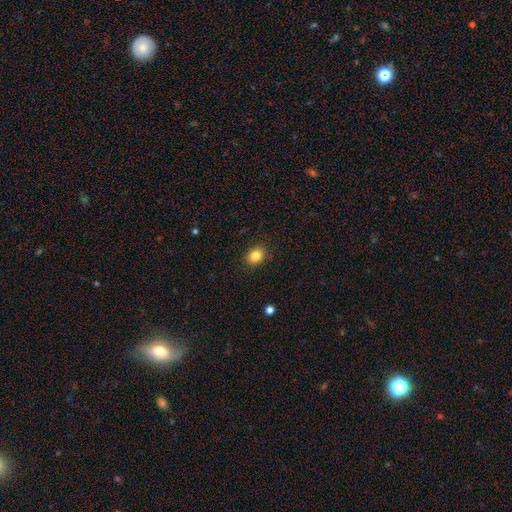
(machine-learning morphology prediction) Overall: smooth (84%). How rounded: in between (50%; round 49%). Merging: none (88%).